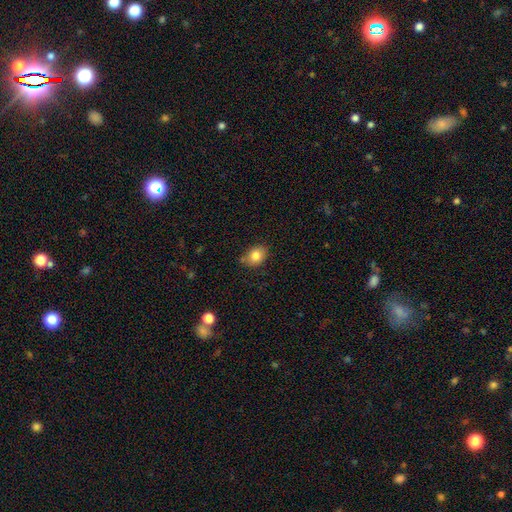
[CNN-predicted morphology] smooth 82%, star or artifact 9%, featured or disk 8%. Down the decision tree: how rounded — in between (56%); merging — none (73%).